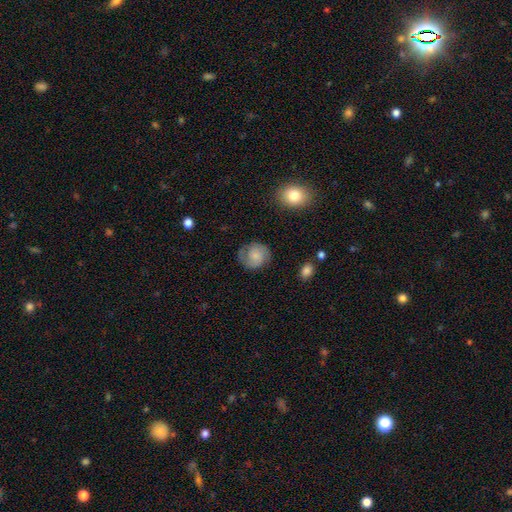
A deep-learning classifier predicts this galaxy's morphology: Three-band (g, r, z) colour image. It shows a smooth galaxy with no disk features (48%). Merging: none (71%).